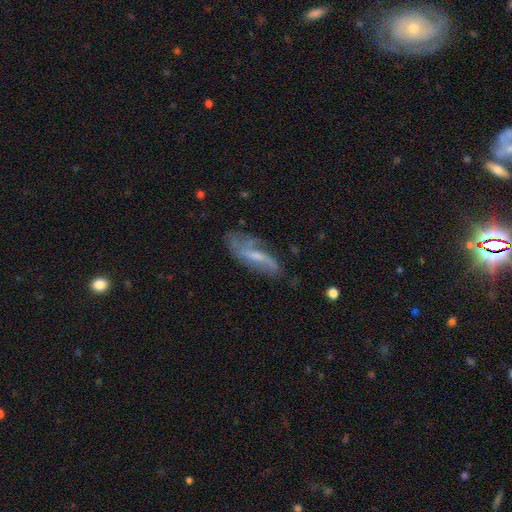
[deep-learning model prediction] Smooth or featured? featured or disk (64%)
Edge-on disk? no (81%)
Bar? weak (45%)
Spiral arms? yes (79%)
Bulge size? small (48%)
Merging? none (55%)